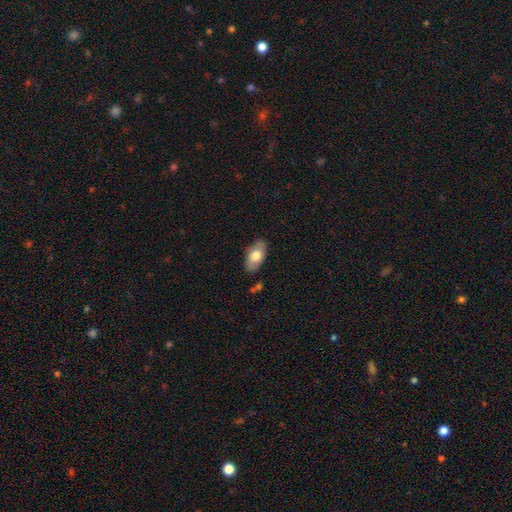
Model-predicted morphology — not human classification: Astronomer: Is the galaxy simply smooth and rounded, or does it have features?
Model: smooth — 66%.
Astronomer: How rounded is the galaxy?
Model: in between — 93%.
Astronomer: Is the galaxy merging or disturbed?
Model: none — 82%.